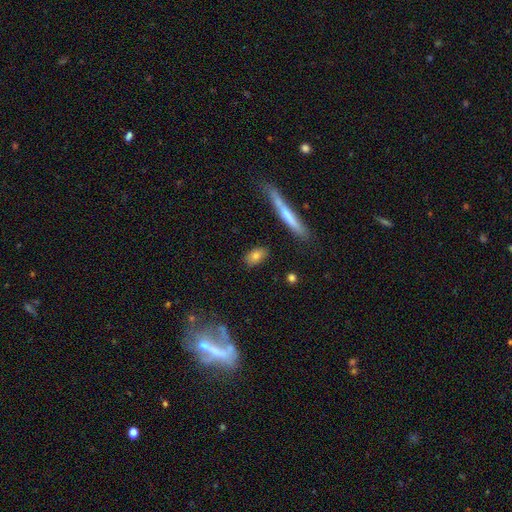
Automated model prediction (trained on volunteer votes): A smooth galaxy with no disk features (79%) that is in between round and cigar-shaped (82%). Merging: none (83%).